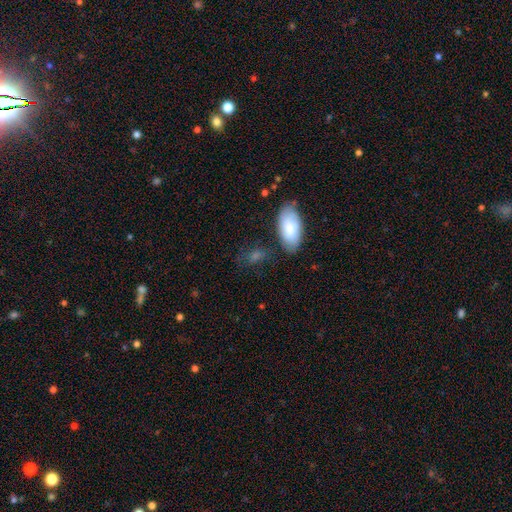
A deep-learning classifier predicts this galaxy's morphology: type=smooth (75%); roundness=in between (82%); merging=none (60%).